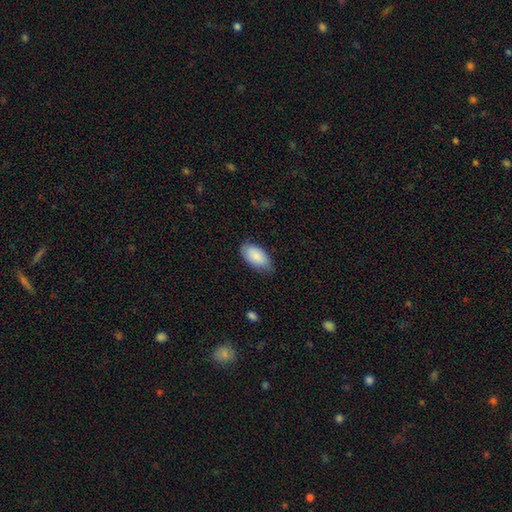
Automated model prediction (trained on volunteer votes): smooth-or-featured: smooth: 86% | featured or disk: 8% | star or artifact: 6%
  how-rounded: in between: 94% | cigar-shaped: 3% | round: 2%
  merging: none: 72% | minor disturbance: 23% | major disturbance: 4% | merger: 1%